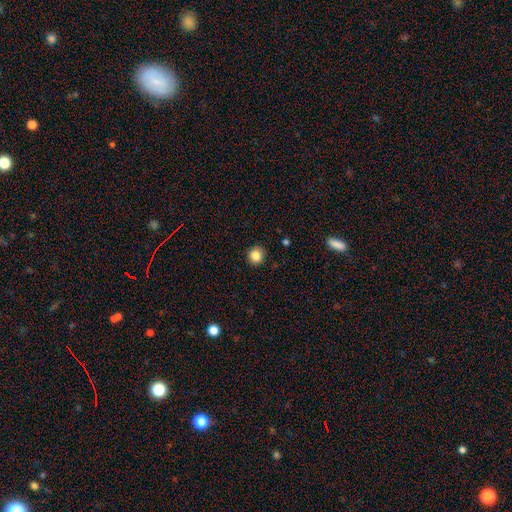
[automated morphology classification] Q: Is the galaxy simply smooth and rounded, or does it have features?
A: smooth — 85%.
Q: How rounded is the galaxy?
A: round — 89%.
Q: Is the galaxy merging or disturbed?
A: none — 90%.